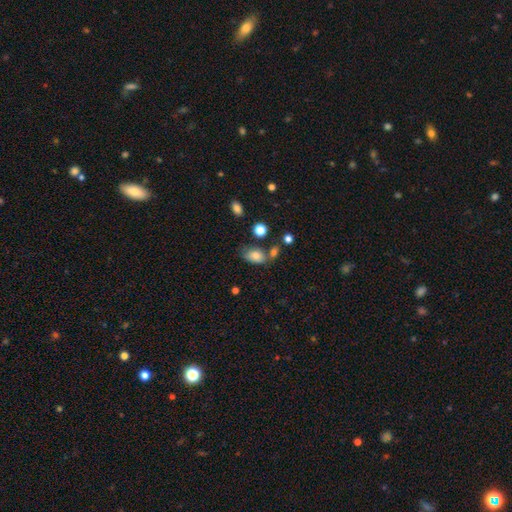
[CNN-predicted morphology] smooth_or_featured: smooth (p=0.80) [alt: featured or disk p=0.10]
how_rounded: in between (p=0.86) [alt: round p=0.12]
merging: none (p=0.53) [alt: minor disturbance p=0.23]